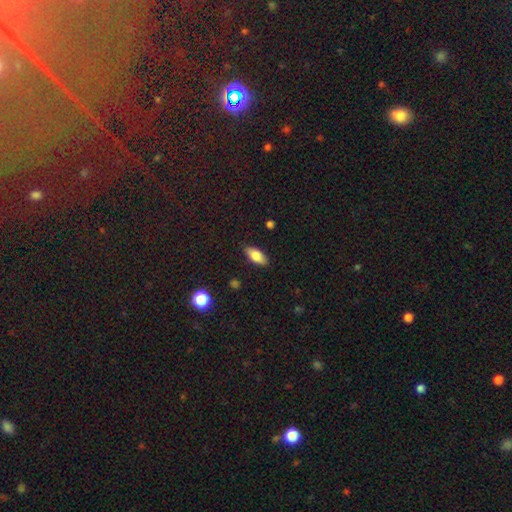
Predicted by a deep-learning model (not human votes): Smooth or featured: smooth — 78% (featured or disk — 15%)
How rounded: in between — 83% (cigar-shaped — 14%)
Merging: none — 86% (minor disturbance — 10%)